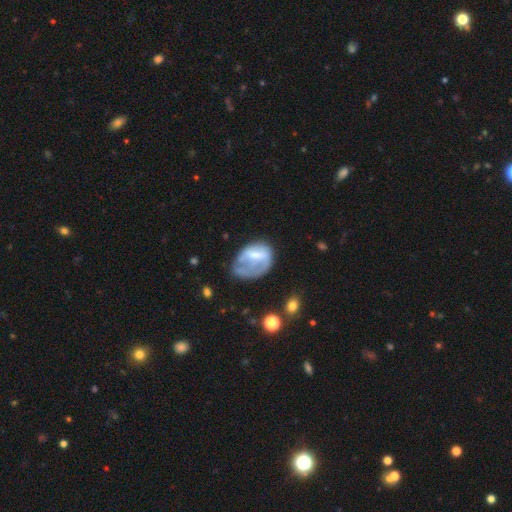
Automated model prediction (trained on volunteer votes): Smooth or featured? smooth (46%)
Merging? major disturbance (39%)